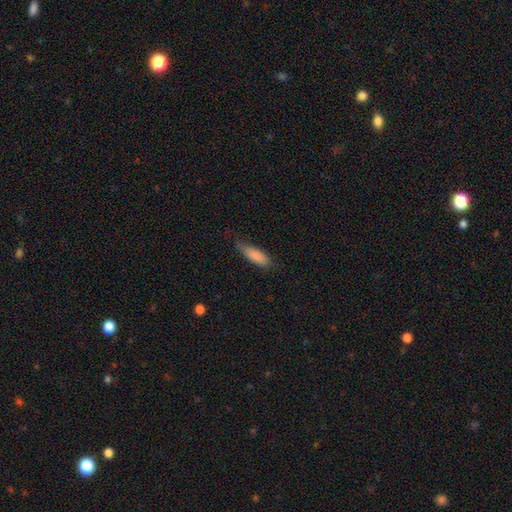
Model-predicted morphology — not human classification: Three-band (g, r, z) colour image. It shows a smooth galaxy with no disk features (86%) that is in between round and cigar-shaped (60%). Merging: none (63%).